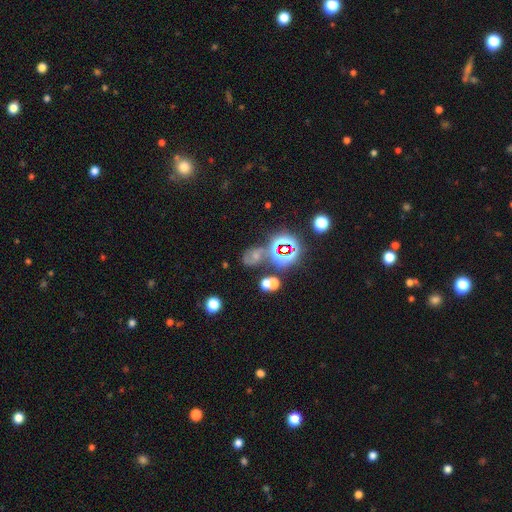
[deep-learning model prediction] Smooth or featured: featured or disk — 35% (tied with star or artifact — 35%)
Merging: none — 45% (merger — 21%)